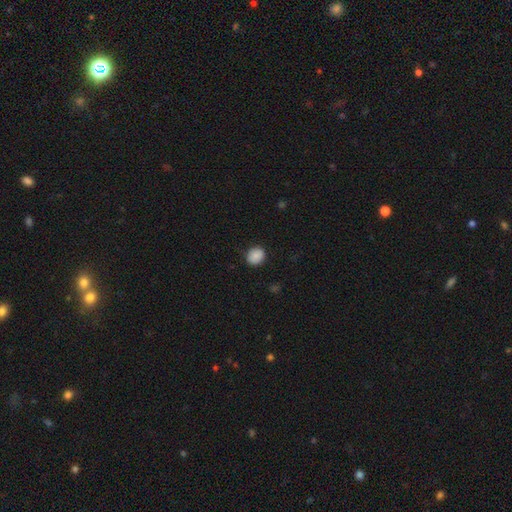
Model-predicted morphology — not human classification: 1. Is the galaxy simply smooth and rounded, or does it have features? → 88% smooth, 8% star or artifact, 4% featured or disk.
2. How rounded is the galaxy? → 67% round, 32% in between, 1% cigar-shaped.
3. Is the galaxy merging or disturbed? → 87% none, 10% minor disturbance, 2% major disturbance, 1% merger.